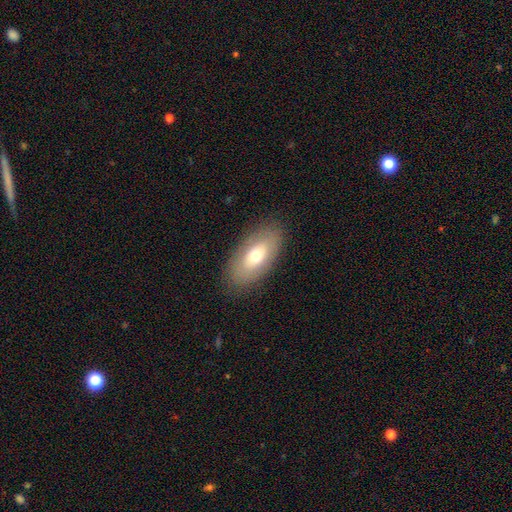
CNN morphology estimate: Smooth or featured? smooth (63%)
How rounded? in between (91%)
Merging? none (85%)